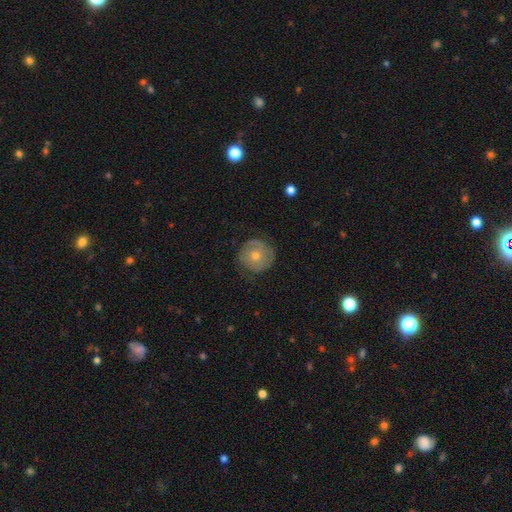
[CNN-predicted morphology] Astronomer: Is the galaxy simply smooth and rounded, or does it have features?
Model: featured or disk — 56% (runner-up: smooth, 35%).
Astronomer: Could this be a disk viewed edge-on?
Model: no — 97%.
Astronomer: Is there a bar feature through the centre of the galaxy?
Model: no — 86%.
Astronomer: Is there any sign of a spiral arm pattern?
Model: yes — 68%.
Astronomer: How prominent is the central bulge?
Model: moderate — 51% (runner-up: small, 46%).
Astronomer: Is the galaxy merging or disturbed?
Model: none — 77%.